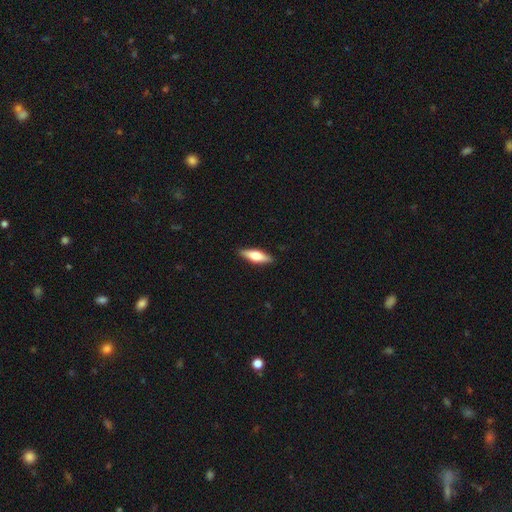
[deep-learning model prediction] Smooth or featured? Predicted: smooth (p=0.53). How rounded? Predicted: cigar-shaped (p=0.52). Merging? Predicted: none (p=0.90).